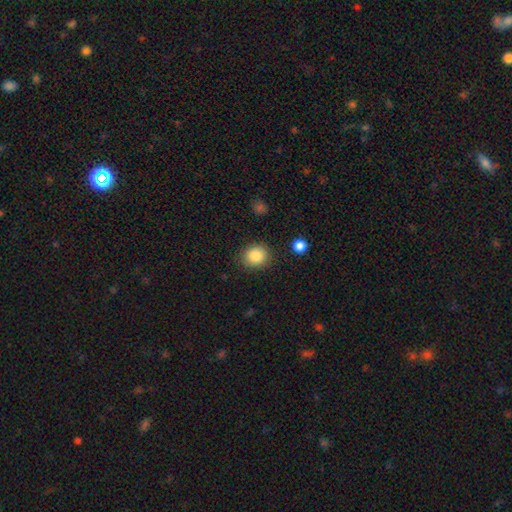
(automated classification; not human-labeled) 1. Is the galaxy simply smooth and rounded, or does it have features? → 87% smooth, 9% star or artifact, 4% featured or disk.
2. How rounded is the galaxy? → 75% round, 24% in between, 1% cigar-shaped.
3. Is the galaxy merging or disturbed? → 85% none, 9% minor disturbance, 3% major disturbance, 2% merger.